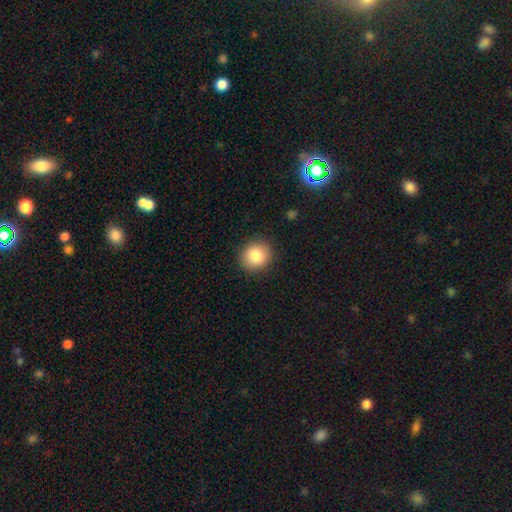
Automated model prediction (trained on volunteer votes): Smooth or featured: smooth — 84% (star or artifact — 9%)
How rounded: round — 82% (in between — 17%)
Merging: none — 90% (minor disturbance — 7%)